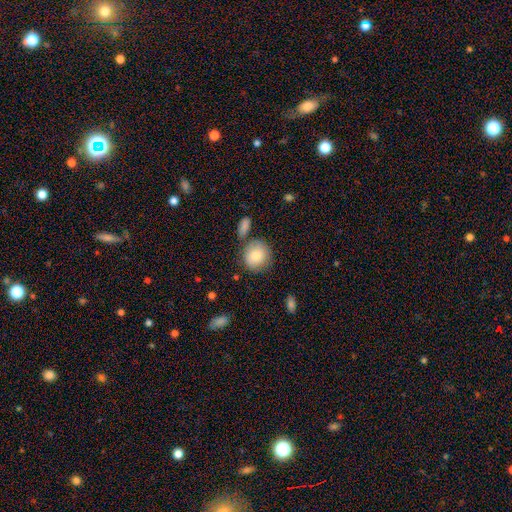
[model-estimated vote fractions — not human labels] smooth 82%, featured or disk 11%, star or artifact 7%. Down the decision tree: how rounded — round (84%); merging — none (70%).